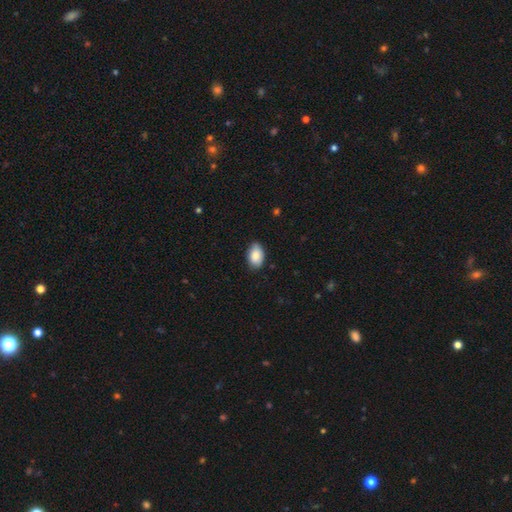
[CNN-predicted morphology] Smooth or featured?
  - smooth: 85% *
  - featured or disk: 8%
  - star or artifact: 7%
How rounded?
  - in between: 90% *
  - round: 9%
  - cigar-shaped: 1%
Merging?
  - none: 81% *
  - minor disturbance: 16%
  - major disturbance: 2%
  - merger: 1%